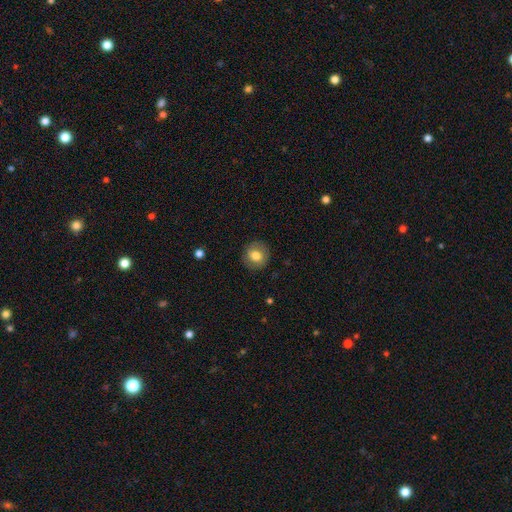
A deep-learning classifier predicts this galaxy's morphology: smooth_or_featured: smooth (p=0.77) [alt: featured or disk p=0.15]
how_rounded: round (p=0.88) [alt: in between p=0.11]
merging: none (p=0.88) [alt: minor disturbance p=0.09]